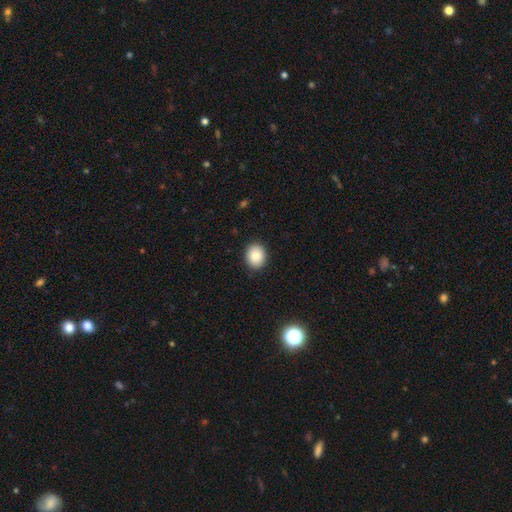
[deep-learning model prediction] This is clearly a smooth galaxy (86%). How rounded: possibly round (57%). Merging: clearly none (90%).